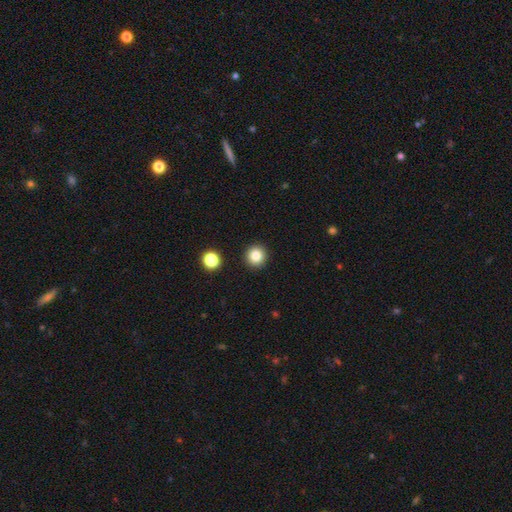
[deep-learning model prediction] This is clearly a smooth galaxy (84%). How rounded: clearly round (94%). Merging: clearly none (92%).